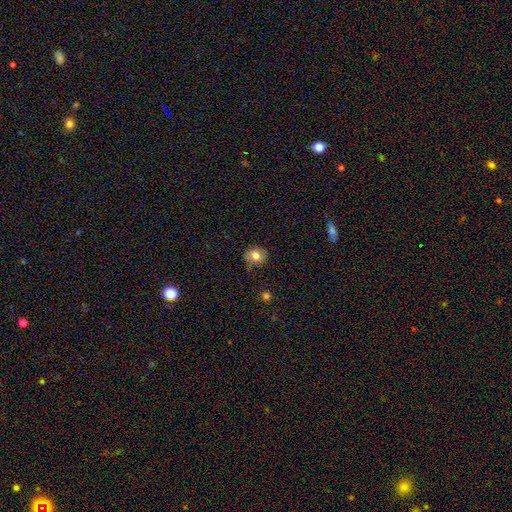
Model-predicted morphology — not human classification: Smooth or featured? Predicted: smooth (p=0.76). How rounded? Predicted: round (p=0.70). Merging? Predicted: none (p=0.63).